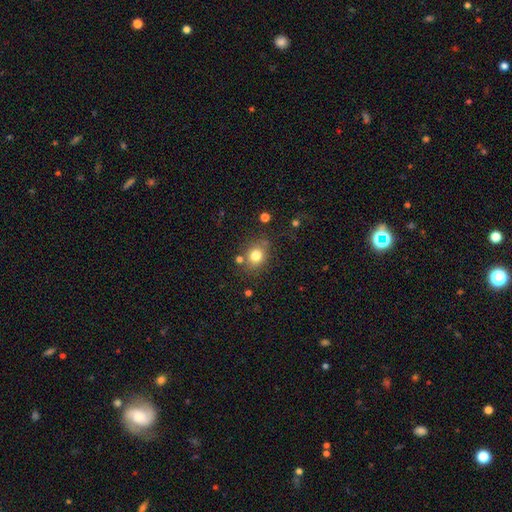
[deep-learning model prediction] smooth 79%, star or artifact 12%, featured or disk 9%. Down the decision tree: how rounded — round (72%); merging — none (76%).